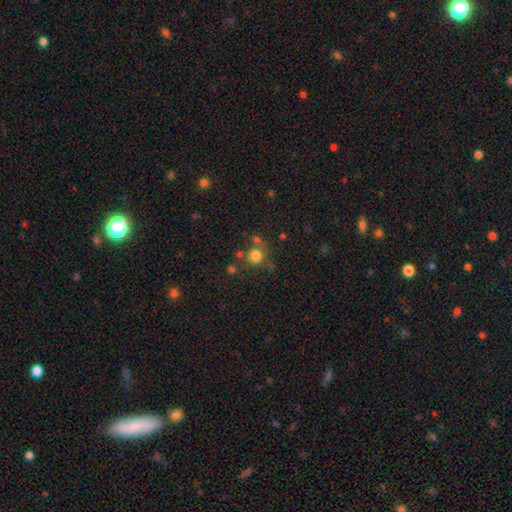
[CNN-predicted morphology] This appears to be a smooth galaxy with no disk features (76%) that is round (90%). Merging: none (66%).